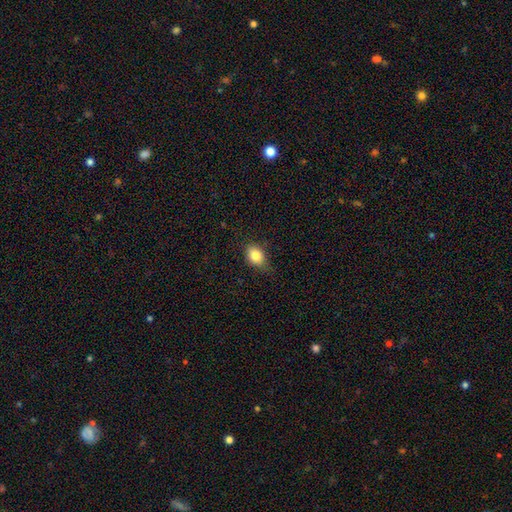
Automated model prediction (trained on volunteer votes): smooth-or-featured: smooth: 82% | star or artifact: 9% | featured or disk: 8%
  how-rounded: in between: 68% | round: 30% | cigar-shaped: 1%
  merging: none: 71% | minor disturbance: 24% | major disturbance: 5% | merger: 1%